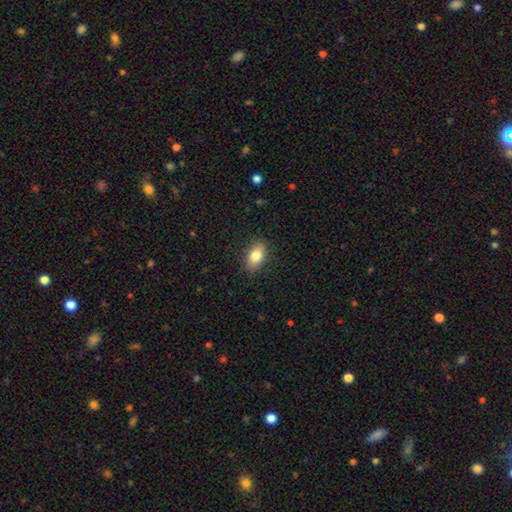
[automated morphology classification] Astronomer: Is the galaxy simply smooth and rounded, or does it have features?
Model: smooth — 82%.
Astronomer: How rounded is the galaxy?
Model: in between — 88%.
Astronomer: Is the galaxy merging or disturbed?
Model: none — 87%.